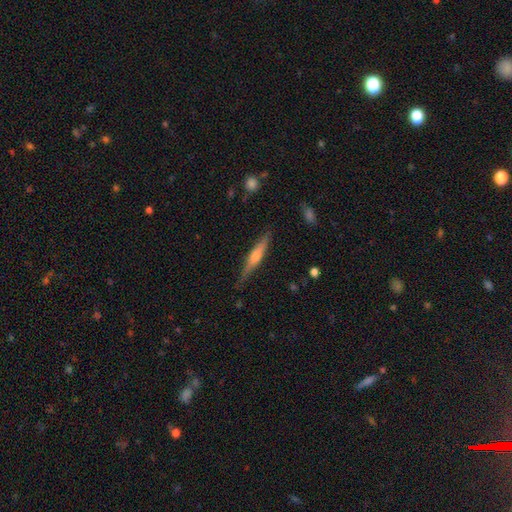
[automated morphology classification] This appears to be a featured or disk galaxy (62%) viewed edge-on (97%) with a rounded central bulge (68%). Merging: none (84%).